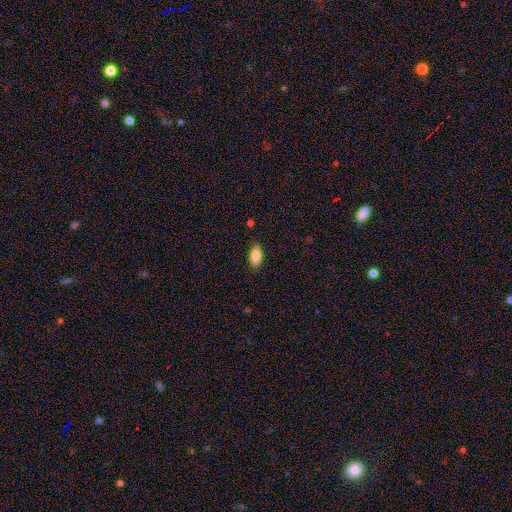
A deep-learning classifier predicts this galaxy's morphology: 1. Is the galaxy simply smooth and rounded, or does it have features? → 82% smooth, 11% featured or disk, 7% star or artifact.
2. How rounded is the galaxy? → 86% in between, 12% cigar-shaped, 2% round.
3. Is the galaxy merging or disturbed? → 87% none, 10% minor disturbance, 2% major disturbance, 1% merger.